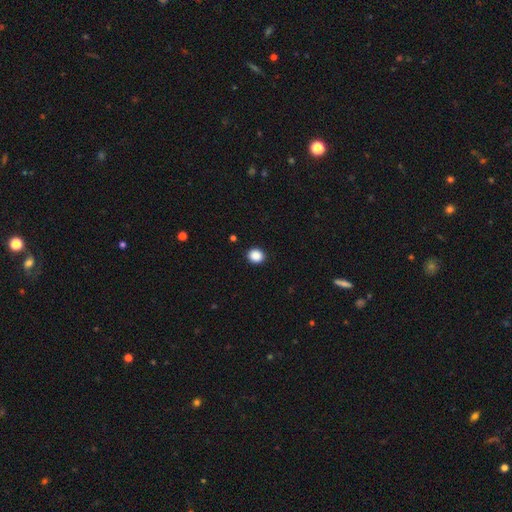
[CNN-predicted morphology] smooth-or-featured: smooth: 89% | star or artifact: 9% | featured or disk: 2%
  how-rounded: round: 82% | in between: 17% | cigar-shaped: 1%
  merging: none: 92% | minor disturbance: 5% | major disturbance: 2% | merger: 1%